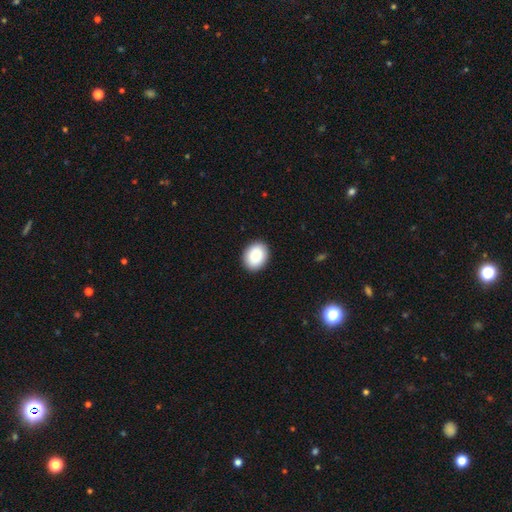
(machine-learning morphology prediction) The model was most divided on "how rounded": in between: 64%, round: 35%, cigar-shaped: 1%. More confident: merging — none (90%); smooth or featured — smooth (89%).